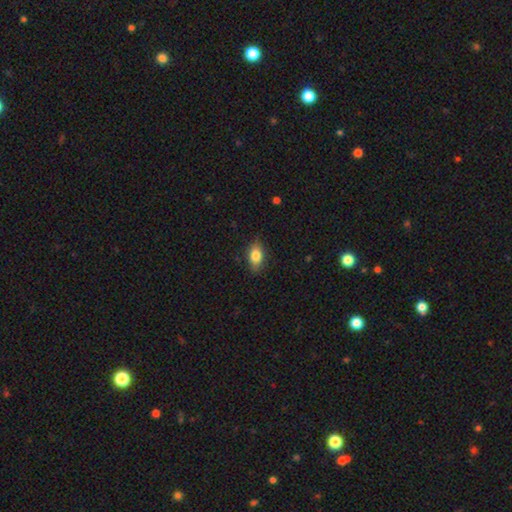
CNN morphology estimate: smooth_or_featured: smooth (p=0.80) [alt: featured or disk p=0.12]
how_rounded: in between (p=0.83) [alt: round p=0.12]
merging: none (p=0.82) [alt: minor disturbance p=0.15]